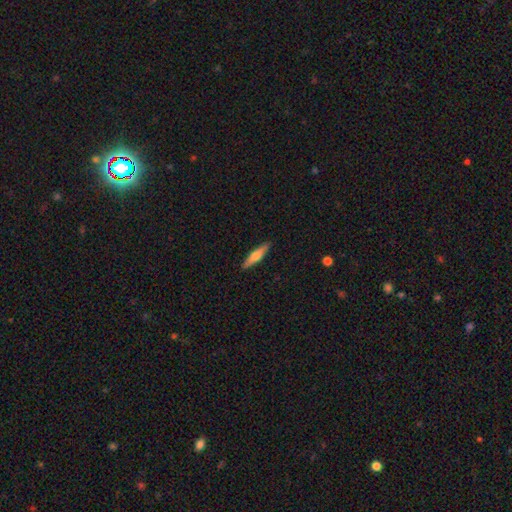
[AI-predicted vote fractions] Smooth or featured? Predicted: smooth (p=0.53). How rounded? Predicted: cigar-shaped (p=0.79). Merging? Predicted: none (p=0.90).